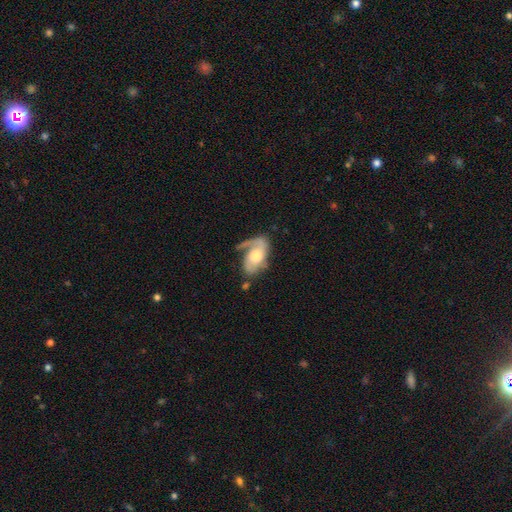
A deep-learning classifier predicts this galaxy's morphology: The model was most divided on "spiral winding": medium: 41%, loose: 37%, tight: 22%. Remaining: edge-on disk — no (95%); spiral arms — yes (87%); smooth or featured — featured or disk (71%); bar — no (67%); bulge size — moderate (59%); spiral arm count — 2 (54%); merging — none (44%).